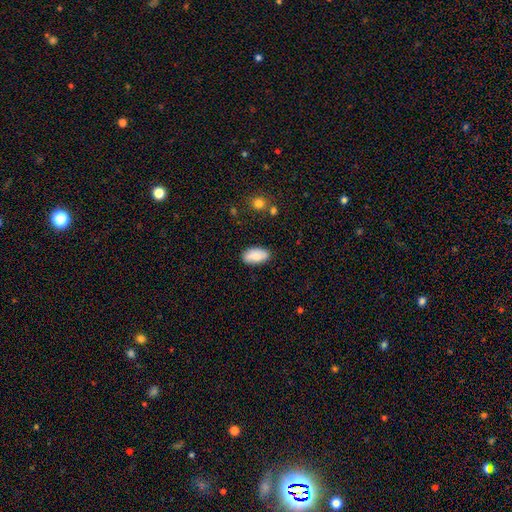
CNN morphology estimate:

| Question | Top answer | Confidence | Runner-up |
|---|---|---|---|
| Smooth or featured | smooth | 81% | featured or disk (13%) |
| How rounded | in between | 94% | round (3%) |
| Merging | none | 82% | minor disturbance (14%) |